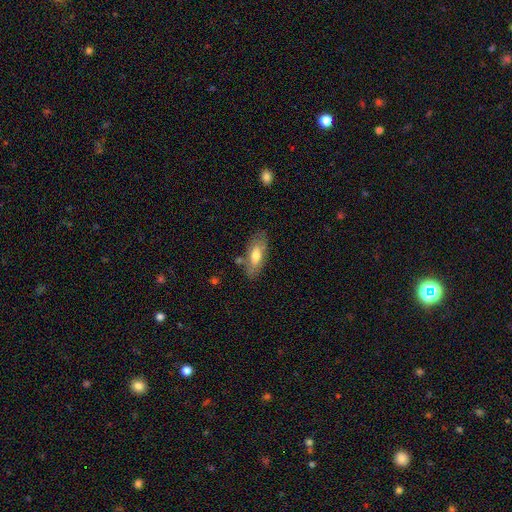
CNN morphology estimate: smooth_or_featured: smooth (p=0.65) [alt: featured or disk p=0.29]
how_rounded: in between (p=0.77) [alt: cigar-shaped p=0.20]
merging: none (p=0.71) [alt: minor disturbance p=0.18]